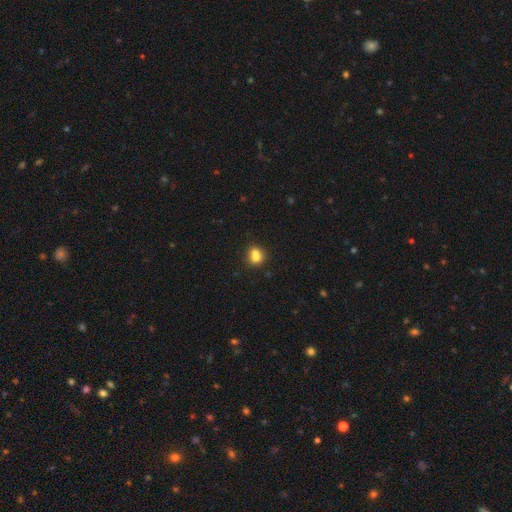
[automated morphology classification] Smooth or featured? smooth (76%)
How rounded? round (62%)
Merging? none (45%)